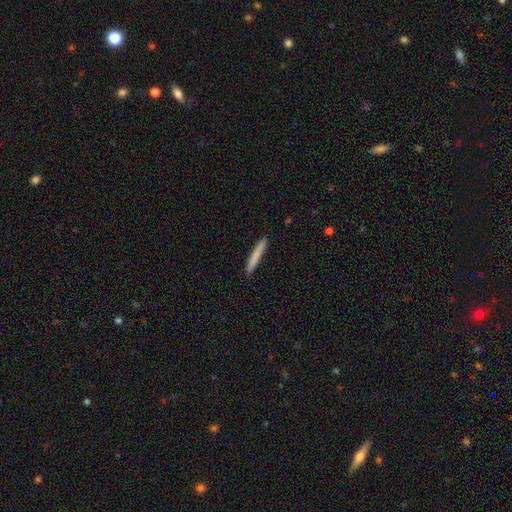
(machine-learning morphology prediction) Smooth or featured?
  - smooth: 77% *
  - featured or disk: 17%
  - star or artifact: 6%
How rounded?
  - cigar-shaped: 96% *
  - in between: 3%
  - round: 1%
Merging?
  - none: 90% *
  - minor disturbance: 7%
  - major disturbance: 1%
  - merger: 1%